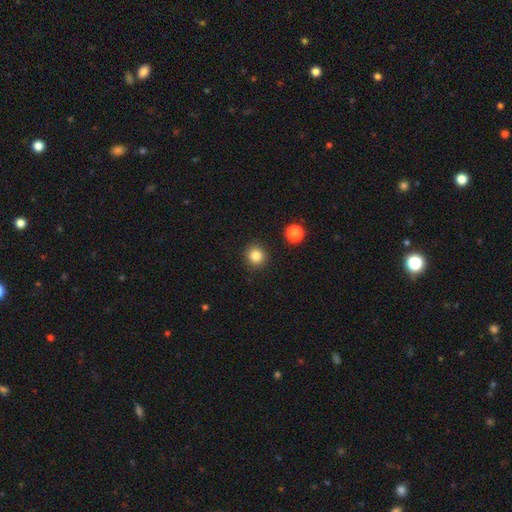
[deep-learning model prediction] Smooth or featured: smooth — 83% (star or artifact — 12%)
How rounded: round — 92% (in between — 7%)
Merging: none — 91% (minor disturbance — 5%)